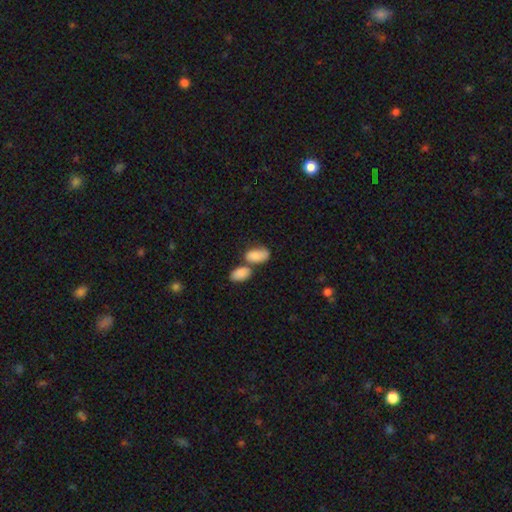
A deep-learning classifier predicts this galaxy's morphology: This is clearly a smooth galaxy (84%). How rounded: clearly in between (93%). Merging: possibly merger (50%).